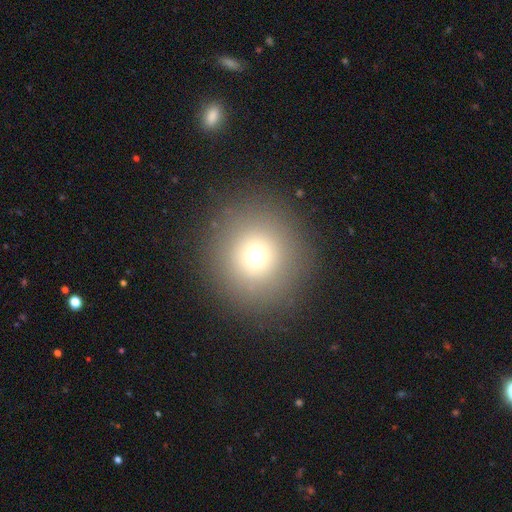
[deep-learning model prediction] This appears to be a smooth galaxy with no disk features (70%) that is round (94%). Merging: none (90%).